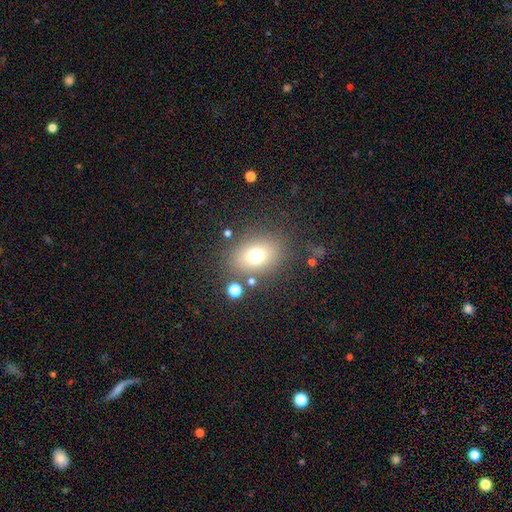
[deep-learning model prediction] smooth 72%, star or artifact 15%, featured or disk 13%. Down the decision tree: how rounded — in between (59%); merging — none (78%).